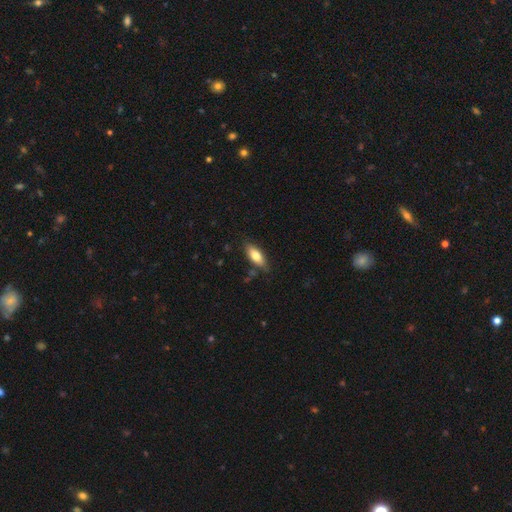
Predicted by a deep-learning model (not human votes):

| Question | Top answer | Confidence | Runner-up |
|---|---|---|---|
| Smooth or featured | smooth | 76% | featured or disk (17%) |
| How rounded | in between | 80% | cigar-shaped (18%) |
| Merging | none | 78% | minor disturbance (16%) |